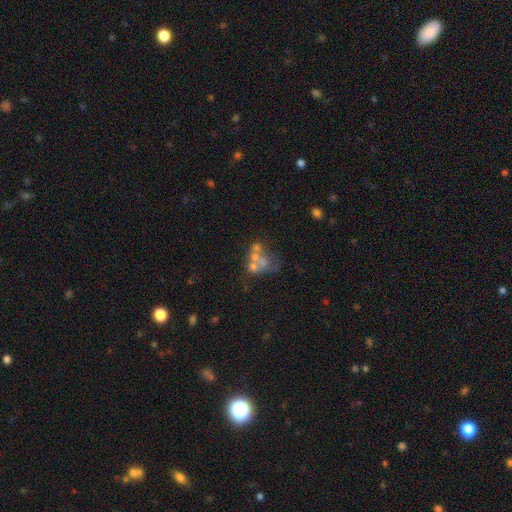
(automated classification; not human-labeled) The model was most divided on "smooth or featured": featured or disk: 46%, smooth: 31%, star or artifact: 23%. Remaining: merging — merger (44%).